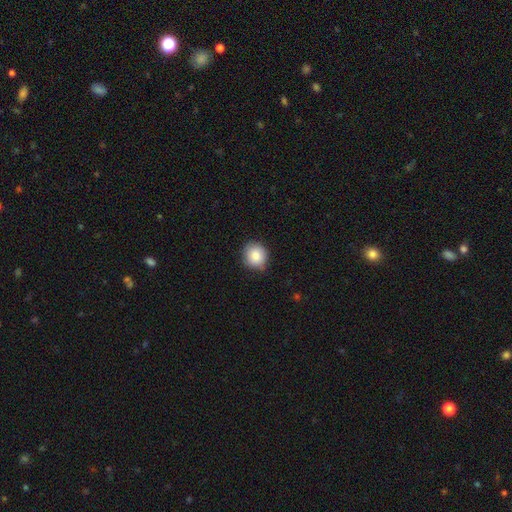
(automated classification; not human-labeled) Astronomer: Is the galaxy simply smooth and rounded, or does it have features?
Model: smooth — 84%.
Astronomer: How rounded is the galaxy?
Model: round — 90%.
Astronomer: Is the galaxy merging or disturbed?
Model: none — 81%.